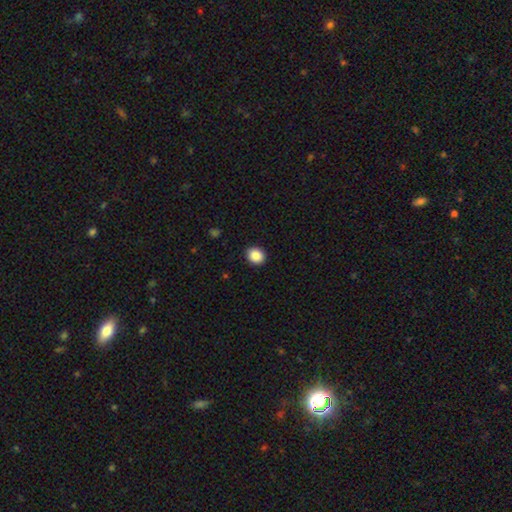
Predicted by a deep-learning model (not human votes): Overall: smooth (89%). How rounded: round (63%; in between 37%). Merging: none (91%).